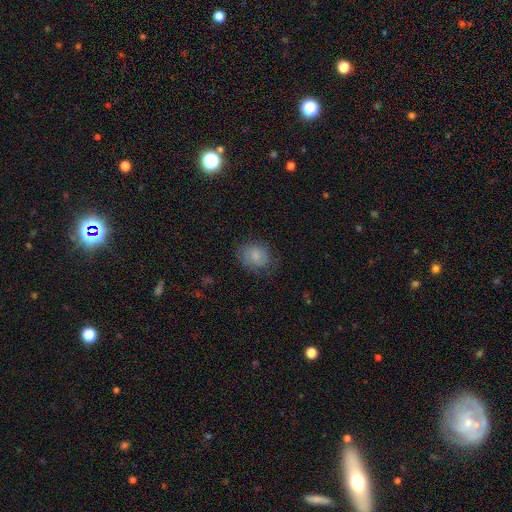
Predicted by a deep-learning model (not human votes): Smooth or featured? smooth (77%)
How rounded? round (52%)
Merging? none (68%)